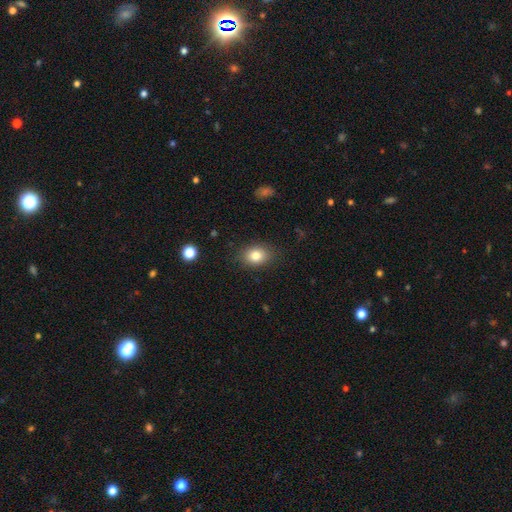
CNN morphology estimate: smooth 82%, star or artifact 10%, featured or disk 9%. Down the decision tree: how rounded — in between (65%); merging — none (84%).